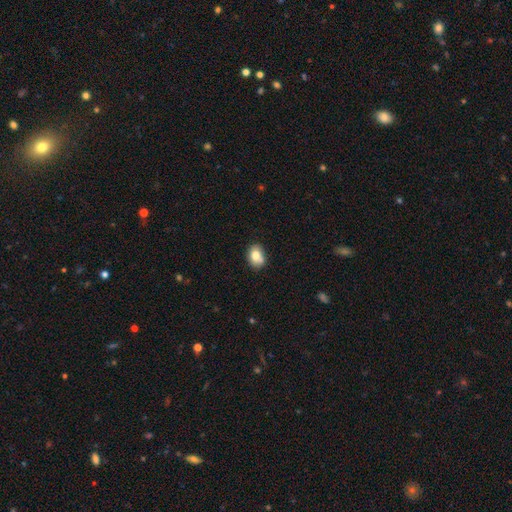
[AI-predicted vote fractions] Smooth or featured: smooth — 77% (featured or disk — 14%)
How rounded: in between — 65% (round — 34%)
Merging: none — 64% (minor disturbance — 20%)